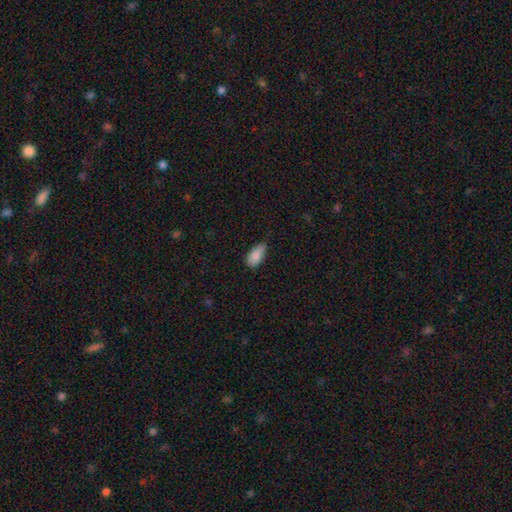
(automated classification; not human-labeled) This appears to be a smooth galaxy with no disk features (87%) that is in between round and cigar-shaped (92%). Merging: none (53%).